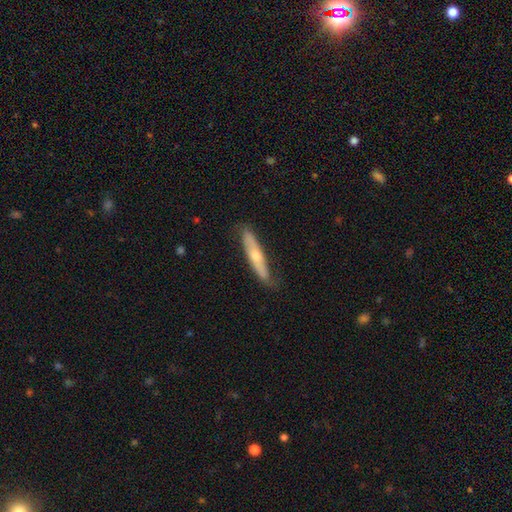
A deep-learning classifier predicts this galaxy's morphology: featured or disk 51%, smooth 43%, star or artifact 6%. Down the decision tree: edge-on disk — yes (72%); merging — none (75%).